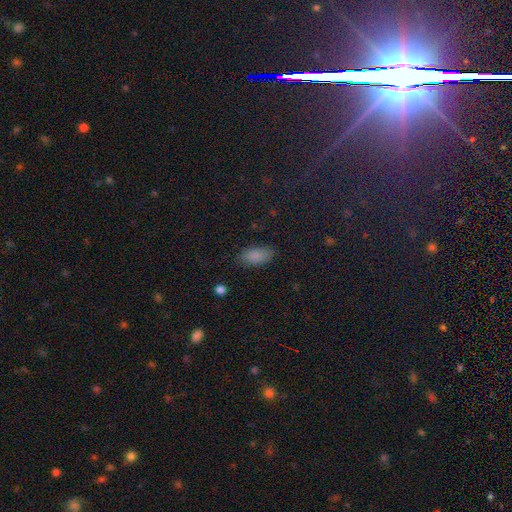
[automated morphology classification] Smooth or featured?
  - smooth: 85% *
  - star or artifact: 10%
  - featured or disk: 5%
How rounded?
  - in between: 92% *
  - round: 4%
  - cigar-shaped: 4%
Merging?
  - none: 79% *
  - minor disturbance: 16%
  - major disturbance: 4%
  - merger: 1%